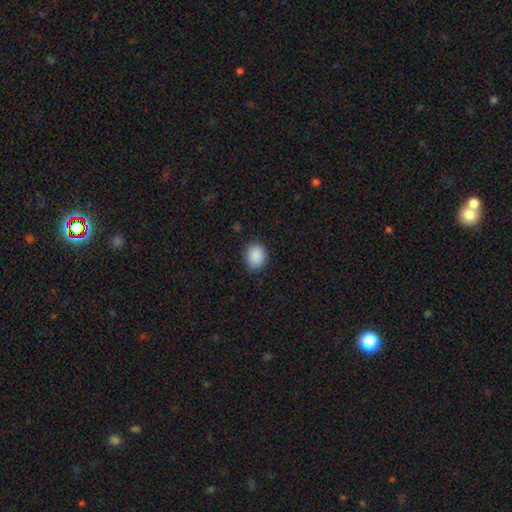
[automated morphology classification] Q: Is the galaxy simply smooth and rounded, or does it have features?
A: smooth — 90%.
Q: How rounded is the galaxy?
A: round — 63%.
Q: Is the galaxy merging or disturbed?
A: none — 86%.